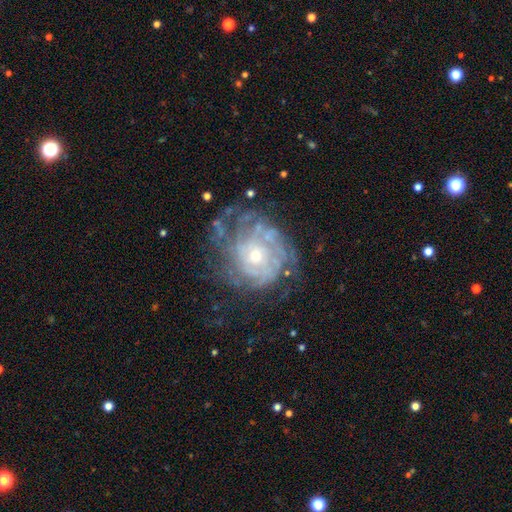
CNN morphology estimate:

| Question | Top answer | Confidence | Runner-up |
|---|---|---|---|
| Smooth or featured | featured or disk | 83% | smooth (10%) |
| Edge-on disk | no | 97% | yes (3%) |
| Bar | no | 81% | weak (15%) |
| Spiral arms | yes | 87% | no (13%) |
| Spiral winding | tight | 71% | medium (22%) |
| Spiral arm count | can't tell | 49% | 4 (13%) |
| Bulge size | small | 58% | moderate (38%) |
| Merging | none | 61% | minor disturbance (20%) |